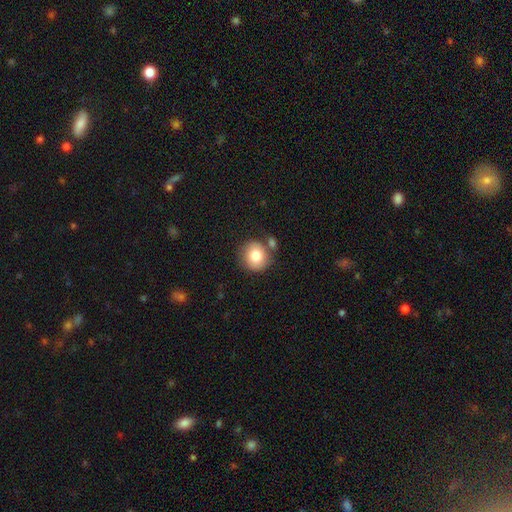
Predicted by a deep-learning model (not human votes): The model was most divided on "merging": none: 69%, merger: 15%, minor disturbance: 13%, major disturbance: 4%. More confident: how rounded — round (88%); smooth or featured — smooth (81%).